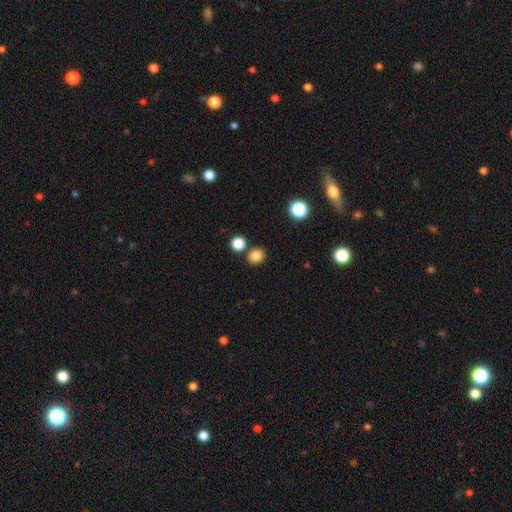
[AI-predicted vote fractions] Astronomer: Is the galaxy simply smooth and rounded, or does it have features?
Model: smooth — 83%.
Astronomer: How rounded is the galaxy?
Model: round — 73%.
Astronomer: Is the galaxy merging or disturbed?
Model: none — 79%.